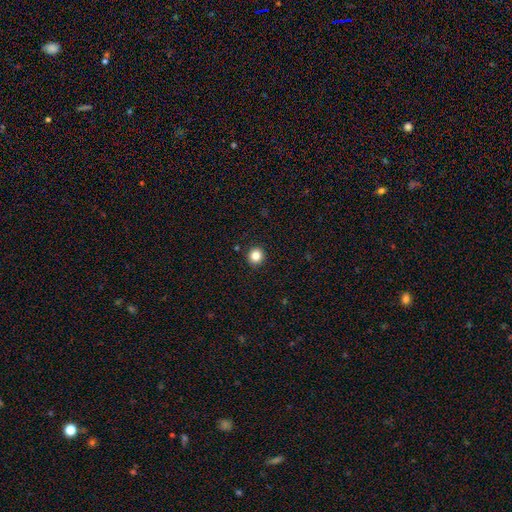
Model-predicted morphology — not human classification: This is clearly a smooth galaxy (84%). How rounded: clearly round (91%). Merging: clearly none (93%).